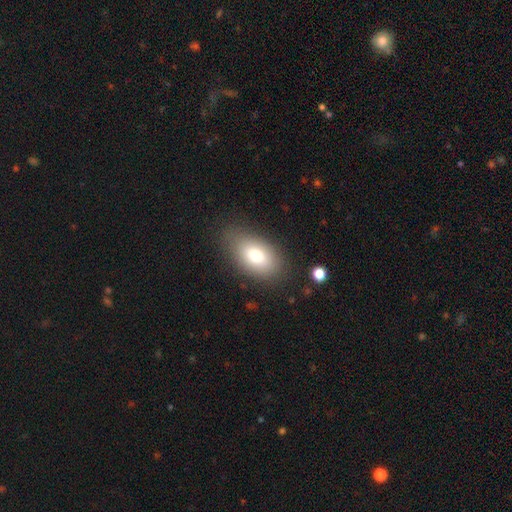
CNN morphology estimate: Smooth or featured?
  - smooth: 78% *
  - featured or disk: 13%
  - star or artifact: 9%
How rounded?
  - in between: 91% *
  - round: 7%
  - cigar-shaped: 2%
Merging?
  - none: 79% *
  - minor disturbance: 14%
  - major disturbance: 5%
  - merger: 2%